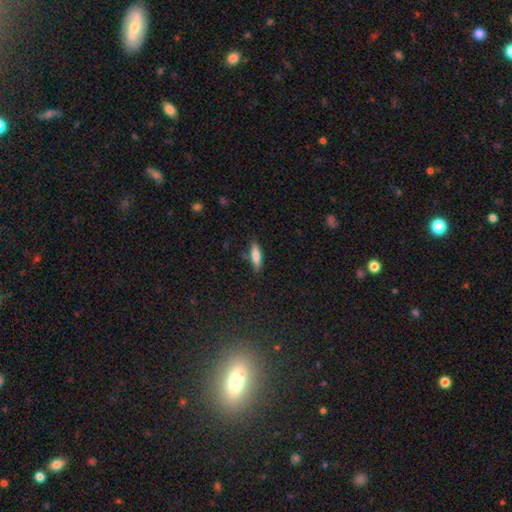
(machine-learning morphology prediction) The model was most divided on "how rounded": cigar-shaped: 54%, in between: 44%, round: 2%. More confident: smooth or featured — smooth (78%); merging — none (76%).